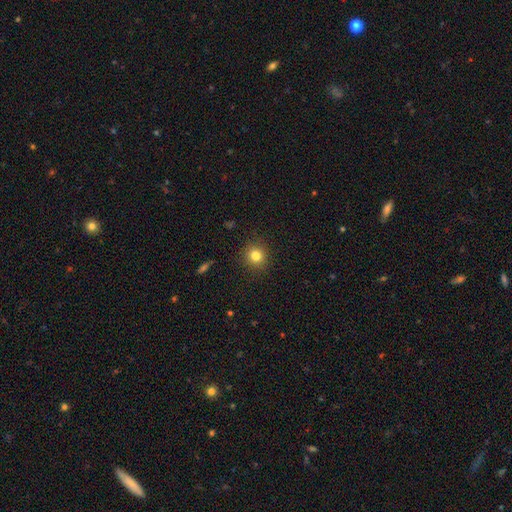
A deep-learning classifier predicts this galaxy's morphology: Q: Smooth or featured?
A: smooth (81%); runner-up: star or artifact (12%)
Q: How rounded?
A: round (90%); runner-up: in between (9%)
Q: Merging?
A: none (90%); runner-up: minor disturbance (6%)